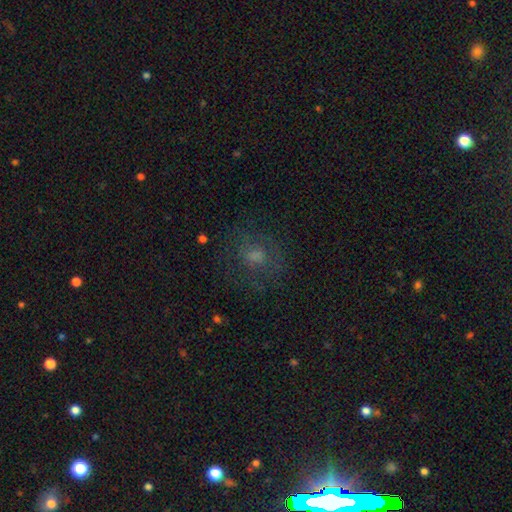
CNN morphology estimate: smooth 50%, featured or disk 29%, star or artifact 21%. Down the decision tree: how rounded — round (66%); merging — none (69%).